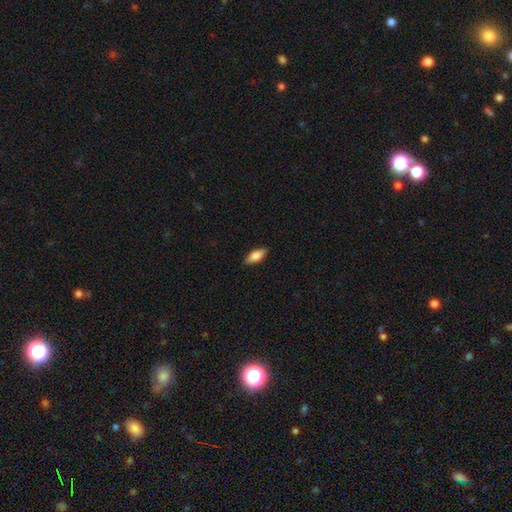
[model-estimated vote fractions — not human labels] This appears to be a smooth galaxy with no disk features (74%) that is in between round and cigar-shaped (74%). Merging: none (87%).